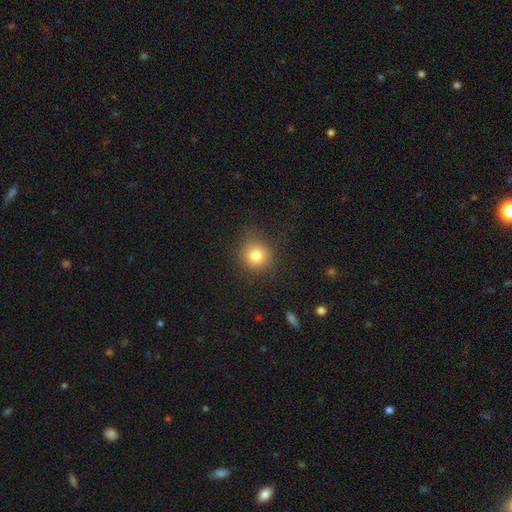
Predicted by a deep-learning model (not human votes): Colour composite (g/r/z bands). It shows a smooth galaxy with no disk features (80%) that is round (88%). Merging: none (81%).